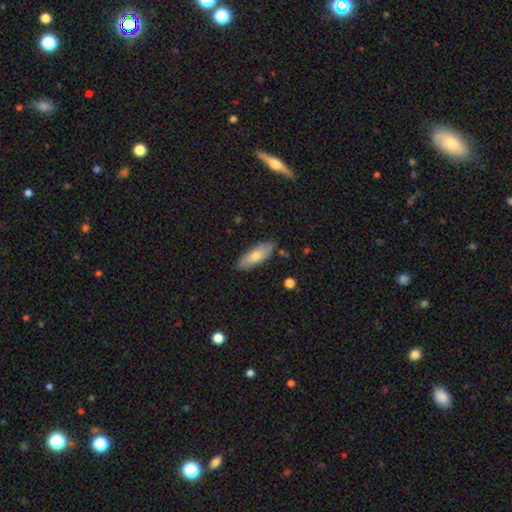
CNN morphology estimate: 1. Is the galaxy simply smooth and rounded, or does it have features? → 68% smooth, 25% featured or disk, 6% star or artifact.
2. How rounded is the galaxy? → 71% in between, 27% cigar-shaped, 2% round.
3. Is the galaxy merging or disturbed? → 85% none, 12% minor disturbance, 2% major disturbance, 2% merger.